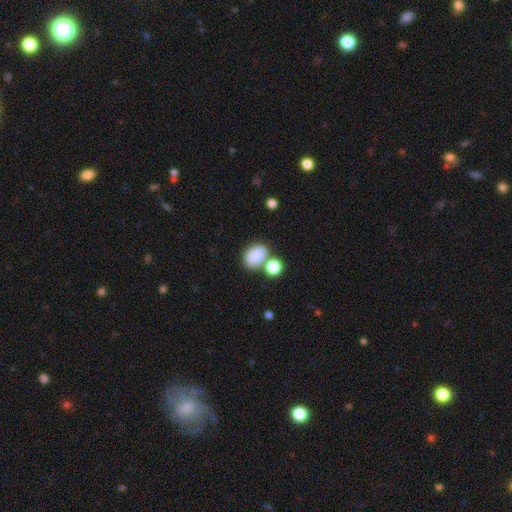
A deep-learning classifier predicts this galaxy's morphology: A smooth galaxy with no disk features (82%) that is in between round and cigar-shaped (72%).

Vote fractions:
- Smooth or featured? smooth: 82% / star or artifact: 9% / featured or disk: 9%
- How rounded? in between: 72% / round: 27% / cigar-shaped: 1%
- Merging? none: 52% / merger: 27% / minor disturbance: 15% / major disturbance: 5%